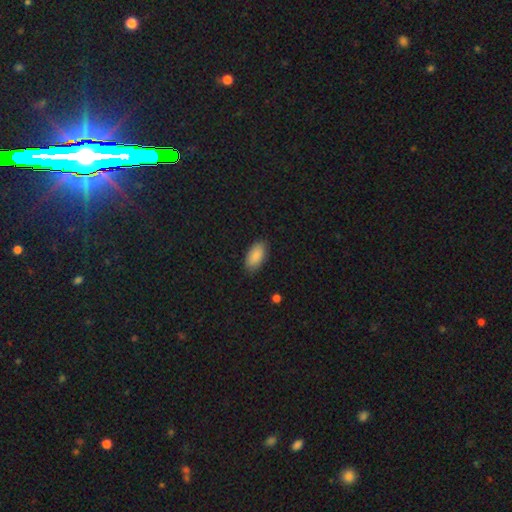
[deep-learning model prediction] Overall: smooth (88%). How rounded: in between (93%). Merging: none (86%).